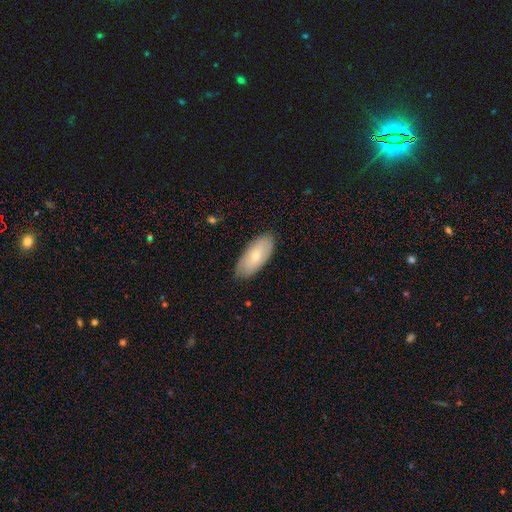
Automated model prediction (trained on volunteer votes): This appears to be a smooth galaxy with no disk features (68%) that is in between round and cigar-shaped (88%). Merging: none (83%).